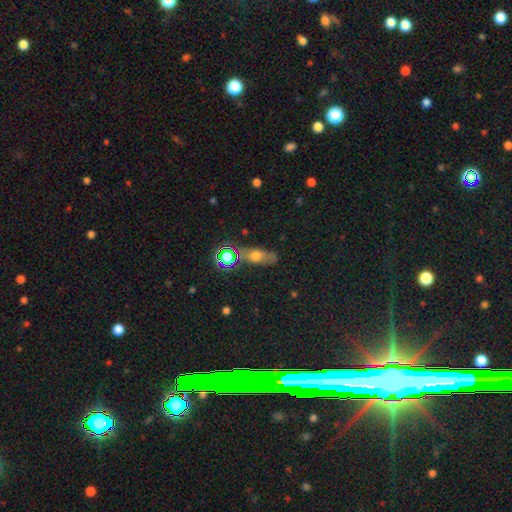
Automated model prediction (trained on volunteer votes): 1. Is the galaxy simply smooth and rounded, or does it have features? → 56% smooth, 25% featured or disk, 19% star or artifact.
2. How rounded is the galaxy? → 61% in between, 25% cigar-shaped, 14% round.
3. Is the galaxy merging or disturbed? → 69% none, 18% minor disturbance, 7% major disturbance, 6% merger.